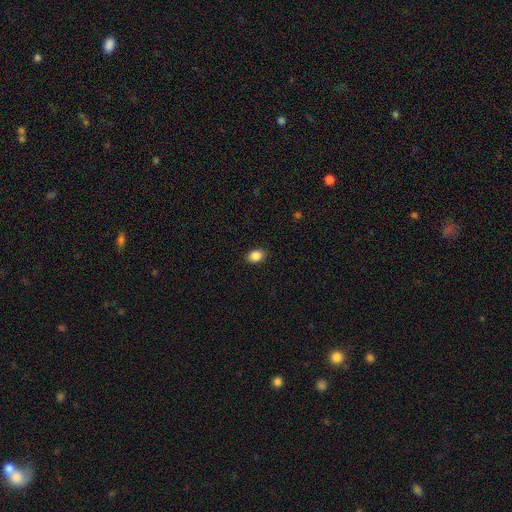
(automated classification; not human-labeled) smooth 88%, star or artifact 8%, featured or disk 4%. Down the decision tree: how rounded — in between (78%); merging — none (90%).